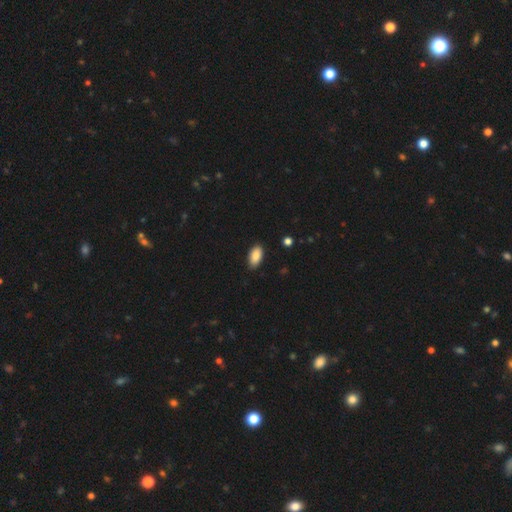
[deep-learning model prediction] Smooth or featured: smooth — 87% (star or artifact — 7%)
How rounded: in between — 95% (round — 3%)
Merging: none — 87% (minor disturbance — 10%)